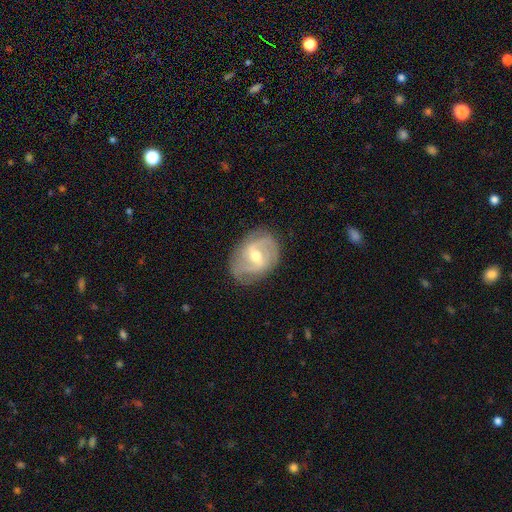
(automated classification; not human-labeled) smooth_or_featured: featured or disk (p=0.81) [alt: smooth p=0.13]
disk_edge_on: no (p=0.96) [alt: yes p=0.04]
bar: weak (p=0.52) [alt: strong p=0.33]
has_spiral_arms: yes (p=0.89) [alt: no p=0.11]
spiral_winding: medium (p=0.42) [alt: tight p=0.39]
spiral_arm_count: 2 (p=0.58) [alt: can't tell p=0.20]
bulge_size: moderate (p=0.66) [alt: small p=0.30]
merging: none (p=0.76) [alt: minor disturbance p=0.18]